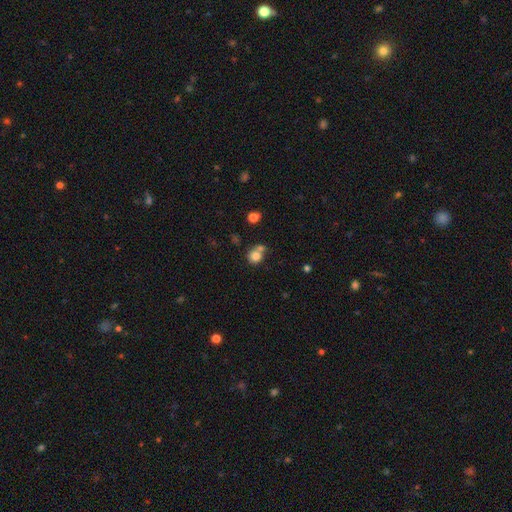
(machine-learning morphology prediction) smooth 81%, star or artifact 11%, featured or disk 8%. Down the decision tree: how rounded — round (82%); merging — none (50%).